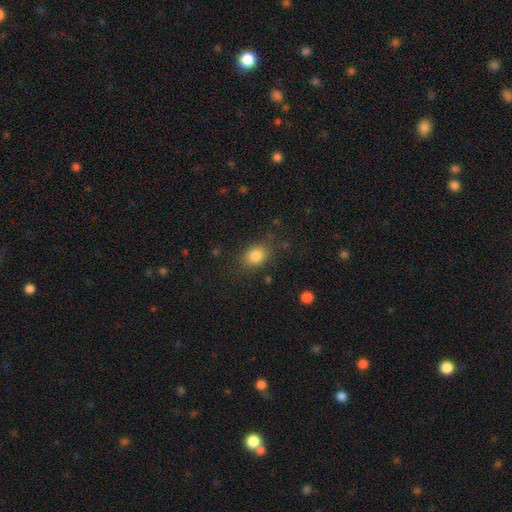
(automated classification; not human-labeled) smooth 84%, star or artifact 10%, featured or disk 7%. Down the decision tree: how rounded — in between (64%); merging — none (80%).